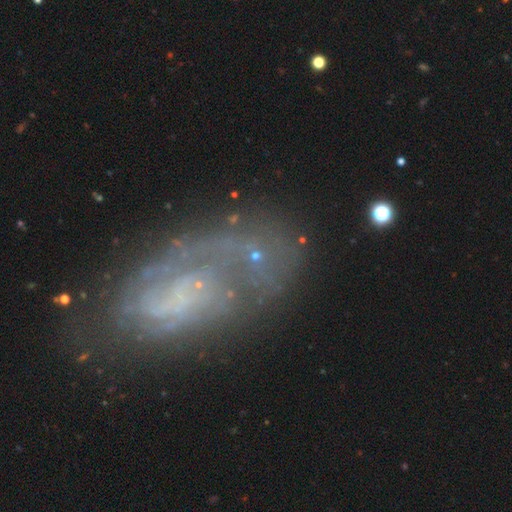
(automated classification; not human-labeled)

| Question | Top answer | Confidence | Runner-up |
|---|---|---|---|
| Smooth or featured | featured or disk | 47% | star or artifact (30%) |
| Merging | none | 53% | major disturbance (18%) |